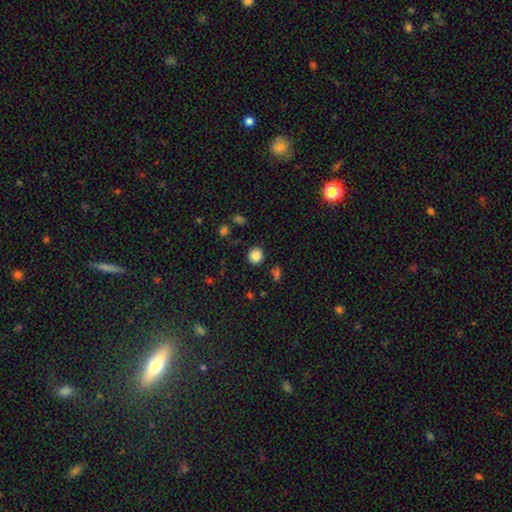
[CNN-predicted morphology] This appears to be a smooth galaxy with no disk features (86%) that is round (89%). Merging: none (88%).